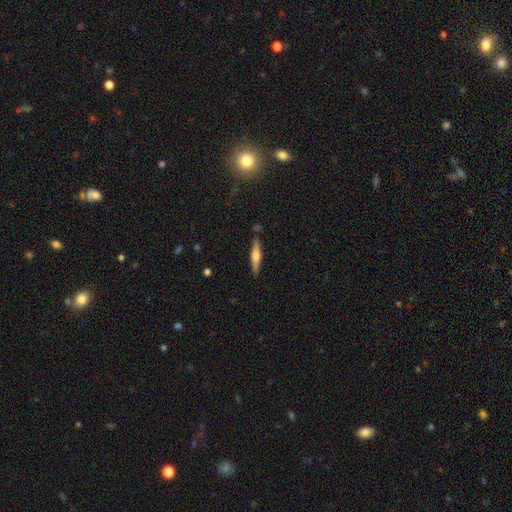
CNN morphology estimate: A featured or disk galaxy (60%) viewed edge-on (97%) with a rounded central bulge (83%). Merging: none (87%).